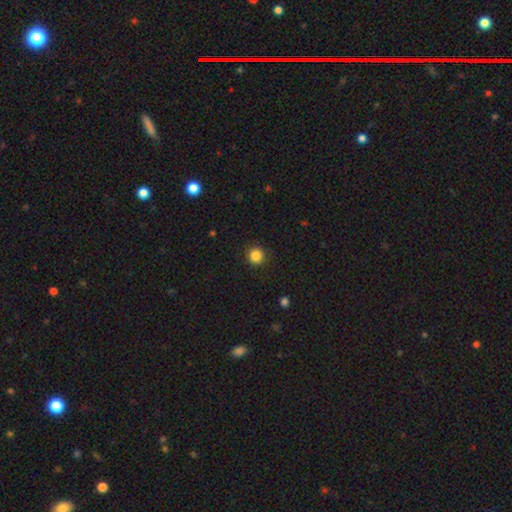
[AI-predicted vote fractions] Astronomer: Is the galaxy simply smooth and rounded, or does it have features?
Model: smooth — 86%.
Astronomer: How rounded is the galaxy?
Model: round — 94%.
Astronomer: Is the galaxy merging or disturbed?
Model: none — 91%.